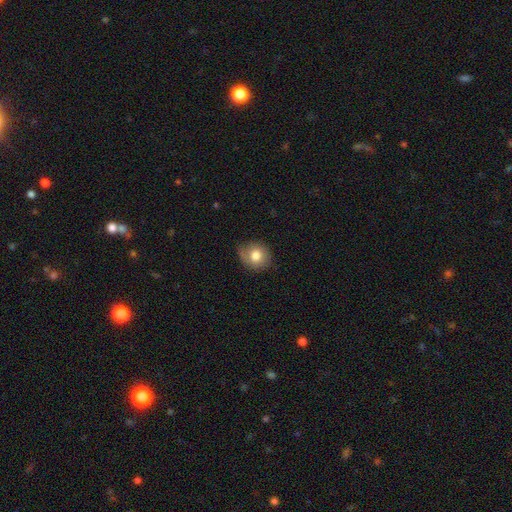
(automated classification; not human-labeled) Overall: smooth (78%). How rounded: round (77%). Merging: none (71%).